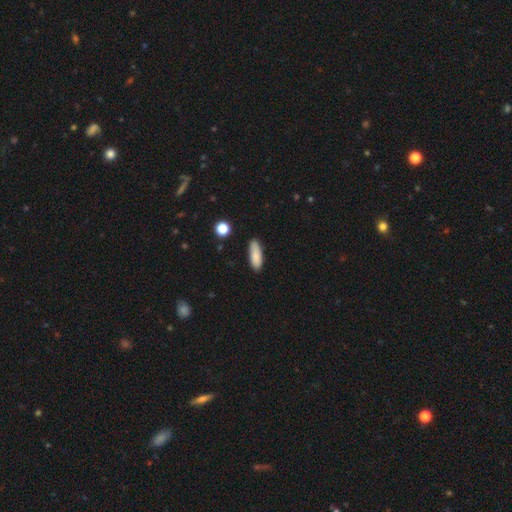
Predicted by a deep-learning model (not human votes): This is clearly a smooth galaxy (86%). How rounded: possibly in between (59%). Merging: clearly none (81%).